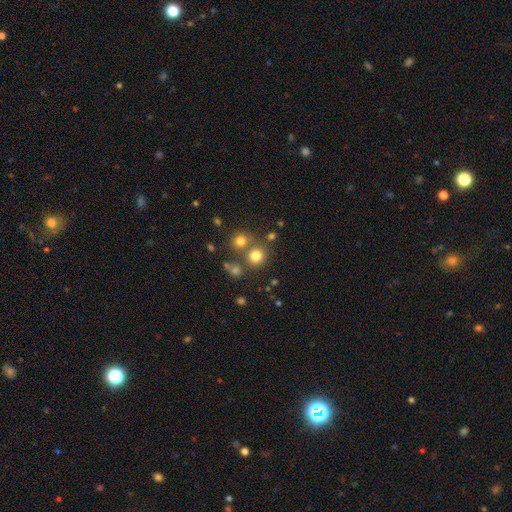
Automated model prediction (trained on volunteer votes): Morphology: type=smooth (76%); roundness=round (84%); merging=none (65%).